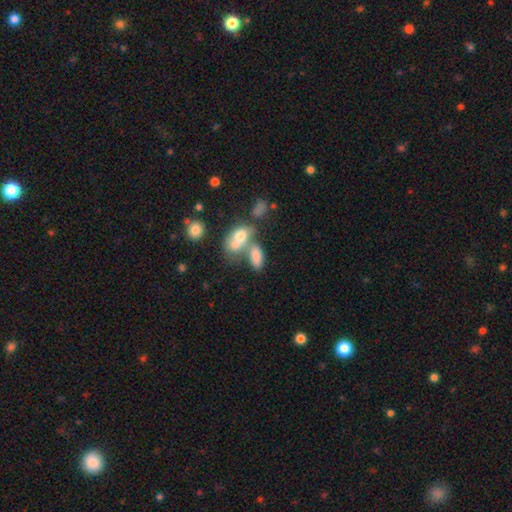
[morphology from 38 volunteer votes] This appears to be a smooth galaxy with no disk features (76%) that is in between round and cigar-shaped (76%). Merging: merger (54%).